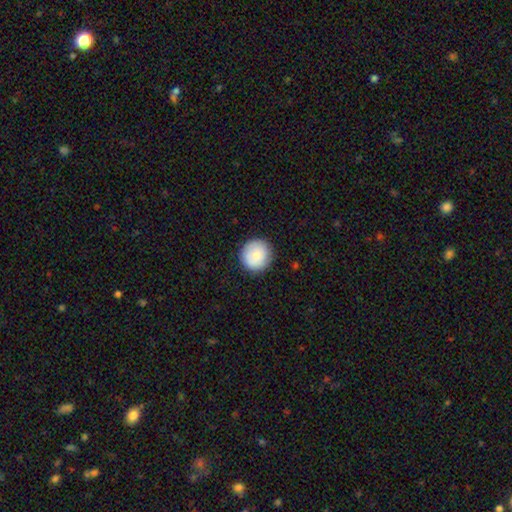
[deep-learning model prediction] Q: Smooth or featured?
A: smooth (85%); runner-up: featured or disk (8%)
Q: How rounded?
A: round (95%); runner-up: in between (4%)
Q: Merging?
A: none (90%); runner-up: minor disturbance (7%)